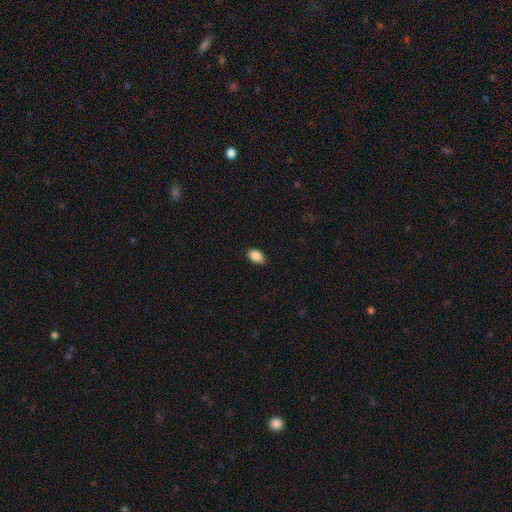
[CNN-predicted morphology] The model was most divided on "merging": none: 85%, minor disturbance: 12%, major disturbance: 2%, merger: 1%. More confident: how rounded — in between (90%); smooth or featured — smooth (88%).